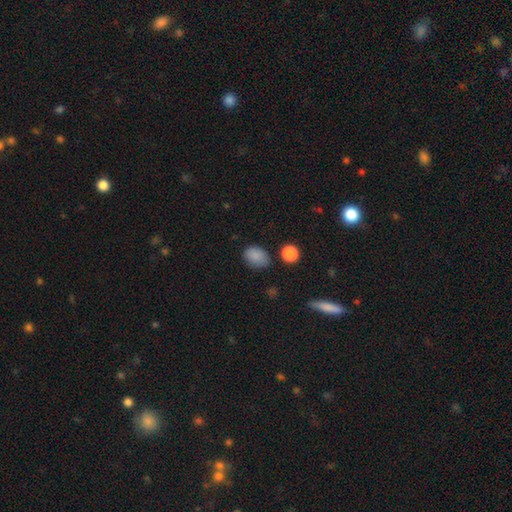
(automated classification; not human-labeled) Smooth or featured? smooth (85%)
How rounded? in between (70%)
Merging? none (71%)